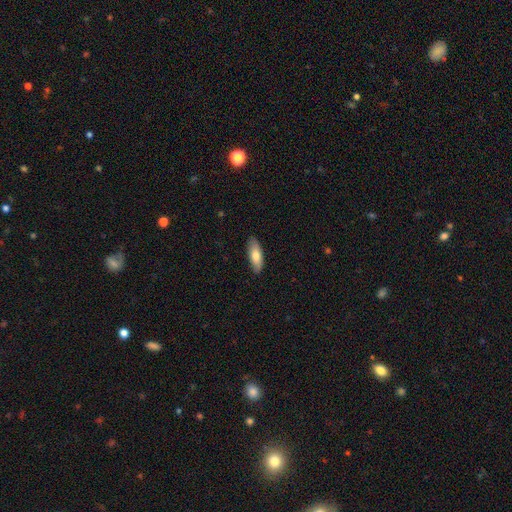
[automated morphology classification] The model was most divided on "how rounded": in between: 67%, cigar-shaped: 31%, round: 2%. More confident: merging — none (87%); smooth or featured — smooth (74%).